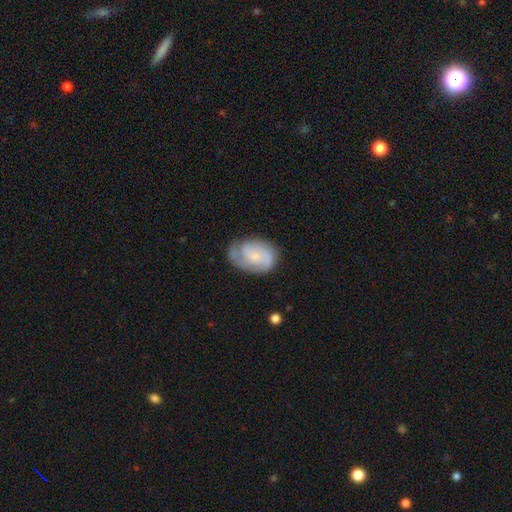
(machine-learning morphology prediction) smooth-or-featured: featured or disk: 65% | smooth: 28% | star or artifact: 7%
  disk-edge-on: no: 97% | yes: 3%
    bar: no: 59% | weak: 34% | strong: 6%
    has-spiral-arms: yes: 89% | no: 11%
      spiral-winding: medium: 43% | tight: 37% | loose: 19%
      spiral-arm-count: 2: 53% | can't tell: 22% | 3: 12% | 1: 8% | 4: 2% | more than 4: 2%
    bulge-size: small: 61% | moderate: 25% | none: 10% | large: 2% | dominant: 1%
  merging: none: 61% | minor disturbance: 27% | major disturbance: 11% | merger: 2%